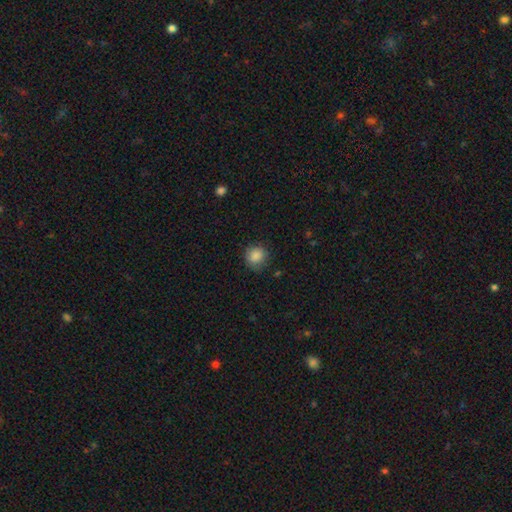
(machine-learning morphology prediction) smooth-or-featured: smooth: 87% | star or artifact: 9% | featured or disk: 4%
  how-rounded: round: 86% | in between: 14% | cigar-shaped: 1%
  merging: none: 77% | minor disturbance: 17% | major disturbance: 5% | merger: 1%